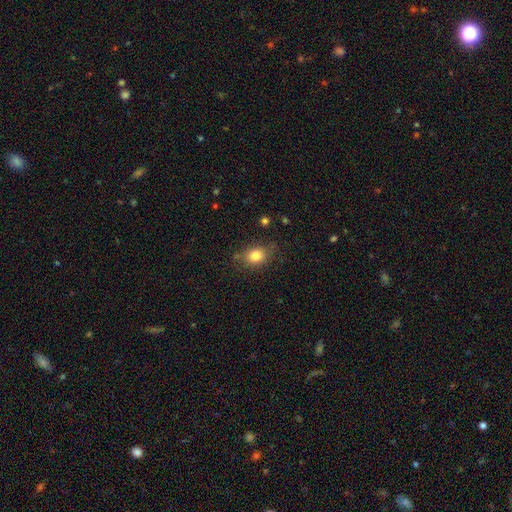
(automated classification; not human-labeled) smooth 81%, star or artifact 10%, featured or disk 9%. Down the decision tree: how rounded — in between (59%); merging — none (73%).